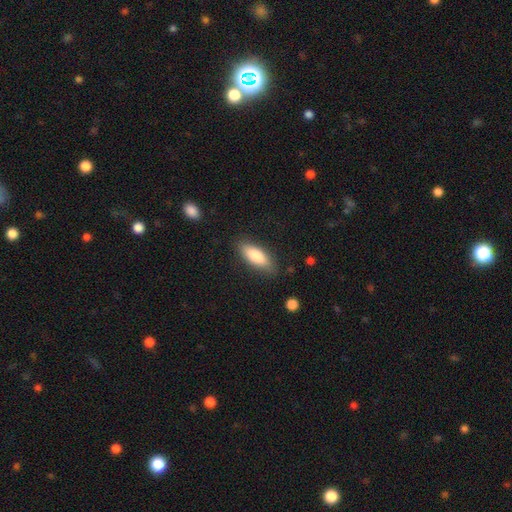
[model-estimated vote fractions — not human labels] A smooth galaxy with no disk features (80%) that is in between round and cigar-shaped (68%). Merging: none (83%).